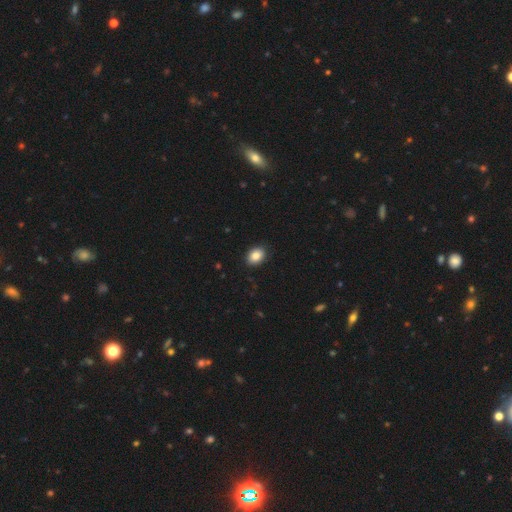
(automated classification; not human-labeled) This appears to be a smooth galaxy with no disk features (86%) that is in between round and cigar-shaped (68%). Merging: none (89%).